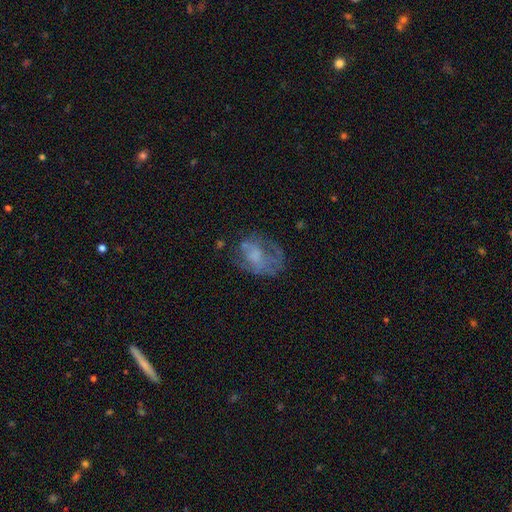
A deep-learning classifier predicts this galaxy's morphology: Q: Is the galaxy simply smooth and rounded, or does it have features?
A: featured or disk — 51%.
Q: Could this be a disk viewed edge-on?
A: no — 97%.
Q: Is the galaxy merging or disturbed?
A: none — 43%.